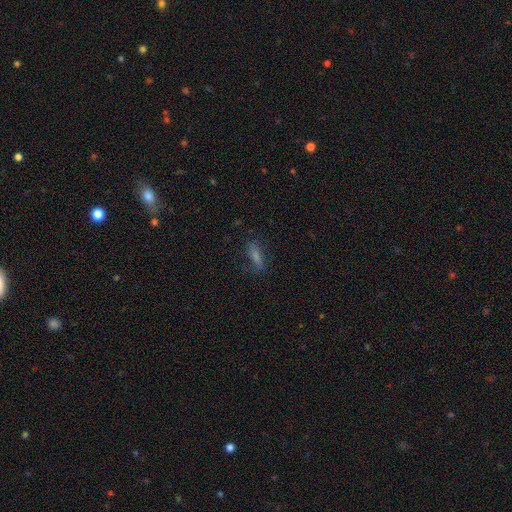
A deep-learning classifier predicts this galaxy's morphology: type=smooth (50%); merging=none (73%).